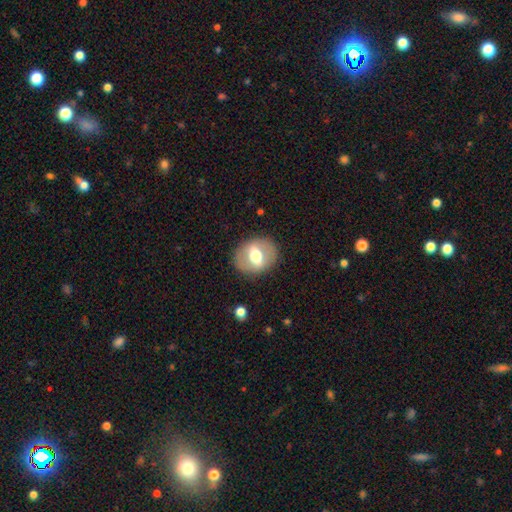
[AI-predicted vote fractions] A featured or disk galaxy (52%).

Vote fractions:
- Smooth or featured? featured or disk: 52% / smooth: 41% / star or artifact: 7%
- Edge-on disk? no: 85% / yes: 15%
- Merging? none: 85% / minor disturbance: 10% / major disturbance: 4% / merger: 1%